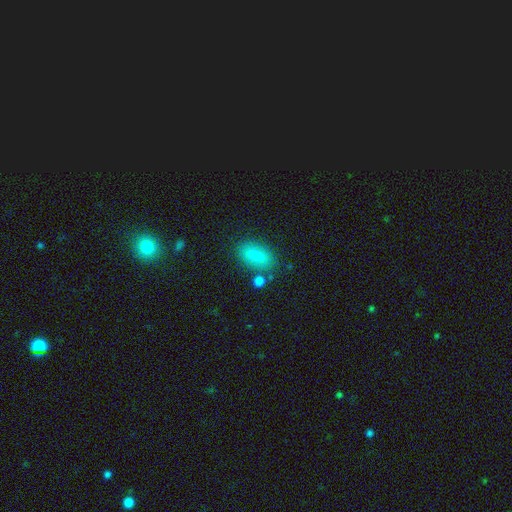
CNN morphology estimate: smooth_or_featured: smooth (p=0.82) [alt: featured or disk p=0.09]
how_rounded: in between (p=0.84) [alt: cigar-shaped p=0.10]
merging: none (p=0.74) [alt: minor disturbance p=0.14]